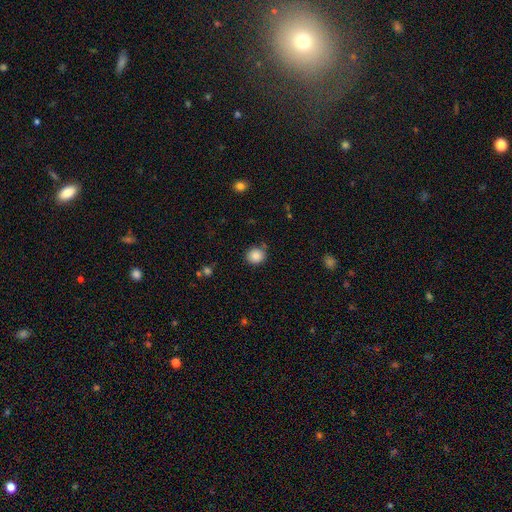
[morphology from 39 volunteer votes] This is clearly a smooth galaxy (87%). How rounded: likely round (68%). Merging: likely none (75%).